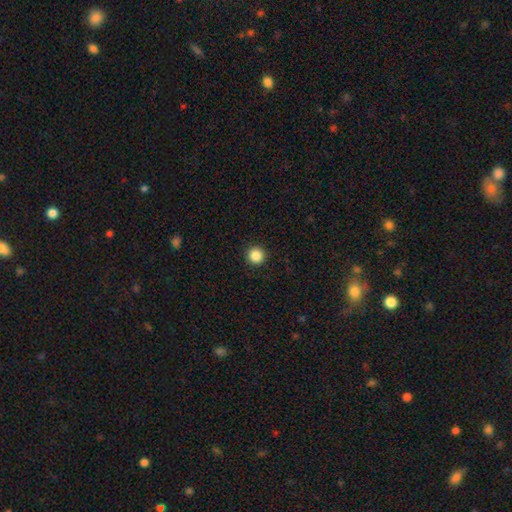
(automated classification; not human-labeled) A smooth galaxy with no disk features (87%) that is round (96%).

Vote fractions:
- Smooth or featured? smooth: 87% / star or artifact: 10% / featured or disk: 3%
- How rounded? round: 96% / in between: 3% / cigar-shaped: 1%
- Merging? none: 93% / minor disturbance: 4% / major disturbance: 2% / merger: 1%